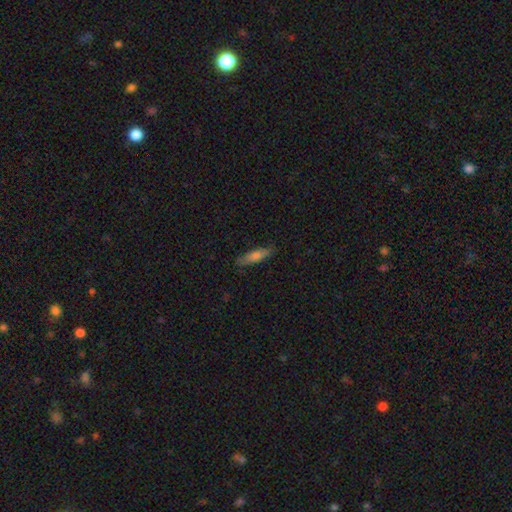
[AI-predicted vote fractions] Overall: smooth (69%). How rounded: cigar-shaped (69%). Merging: none (84%).